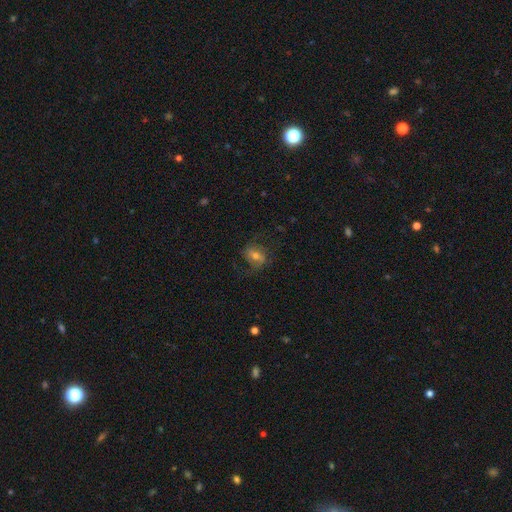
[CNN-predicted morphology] Overall: featured or disk (53%; smooth 35%). Edge-on disk: no (95%). Bar: weak (42%; no 35%). Spiral arms: yes (81%). Bulge size: moderate (61%; small 25%). Merging: none (67%).